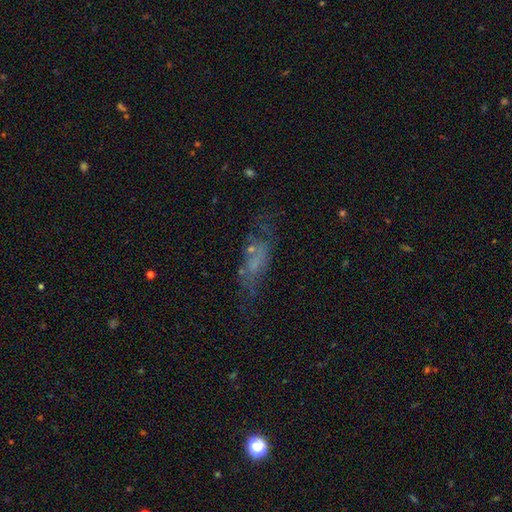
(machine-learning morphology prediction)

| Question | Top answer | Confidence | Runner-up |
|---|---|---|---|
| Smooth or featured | featured or disk | 43% | smooth (39%) |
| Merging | none | 49% | major disturbance (22%) |